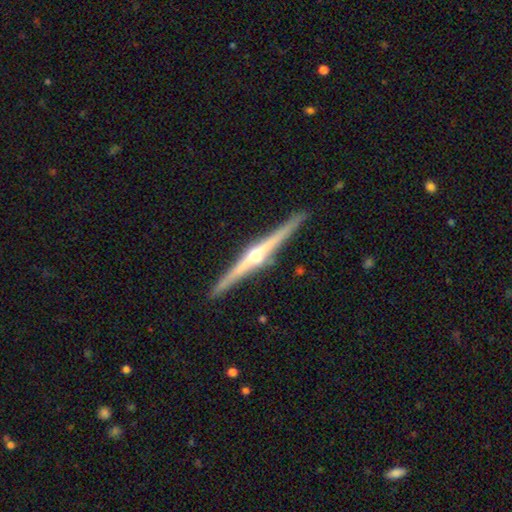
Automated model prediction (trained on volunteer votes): This is clearly a featured or disk galaxy (84%). It is clearly viewed edge-on (99%). Edge-on bulge: clearly rounded (95%). Merging: clearly none (91%).